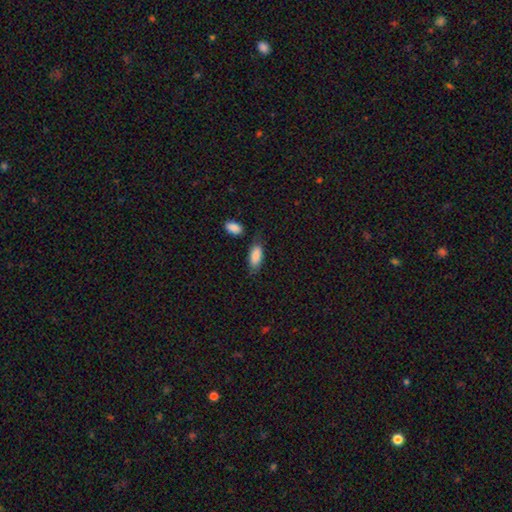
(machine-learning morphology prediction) Smooth or featured: smooth — 86% (featured or disk — 7%)
How rounded: in between — 87% (cigar-shaped — 11%)
Merging: none — 64% (minor disturbance — 22%)